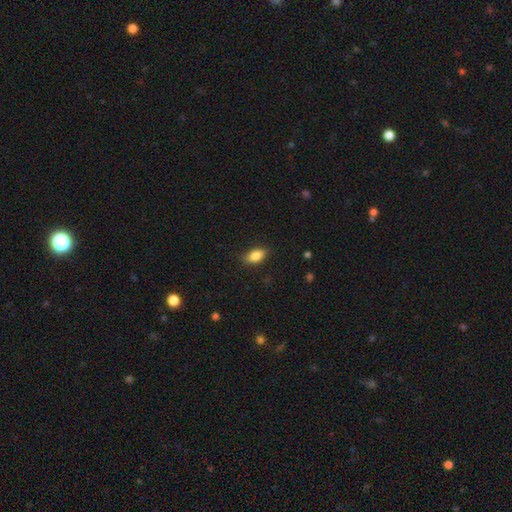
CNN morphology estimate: A smooth galaxy with no disk features (84%) that is in between round and cigar-shaped (86%).

Vote fractions:
- Smooth or featured? smooth: 84% / featured or disk: 8% / star or artifact: 8%
- How rounded? in between: 86% / round: 8% / cigar-shaped: 6%
- Merging? none: 83% / minor disturbance: 14% / major disturbance: 3% / merger: 1%